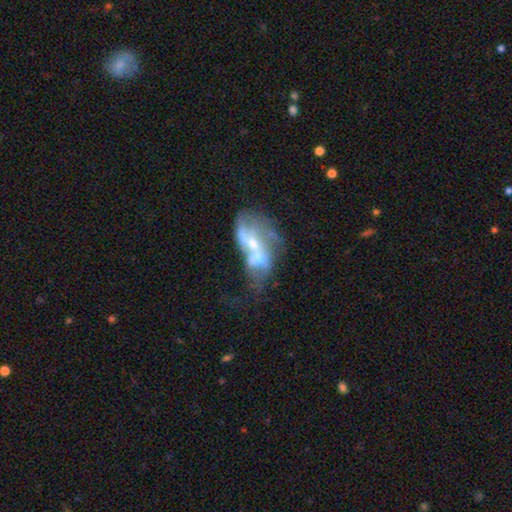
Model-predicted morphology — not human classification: featured or disk 62%, smooth 27%, star or artifact 12%. Down the decision tree: edge-on disk — no (96%); bar — no (78%); spiral arms — no (75%); bulge size — moderate (49%); merging — merger (57%).